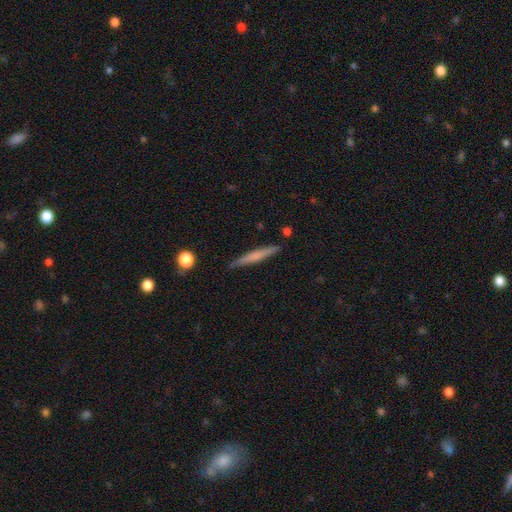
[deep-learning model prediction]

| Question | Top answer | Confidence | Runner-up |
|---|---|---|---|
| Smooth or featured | smooth | 53% | featured or disk (41%) |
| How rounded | cigar-shaped | 95% | in between (3%) |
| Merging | none | 88% | minor disturbance (9%) |